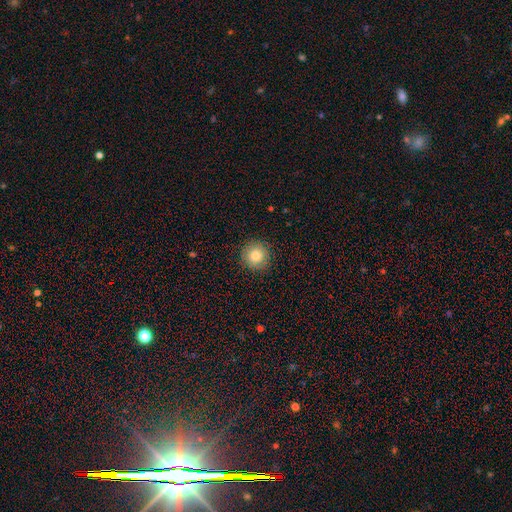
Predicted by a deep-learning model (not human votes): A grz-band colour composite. It shows a smooth galaxy with no disk features (81%) that is round (95%). Merging: none (90%).